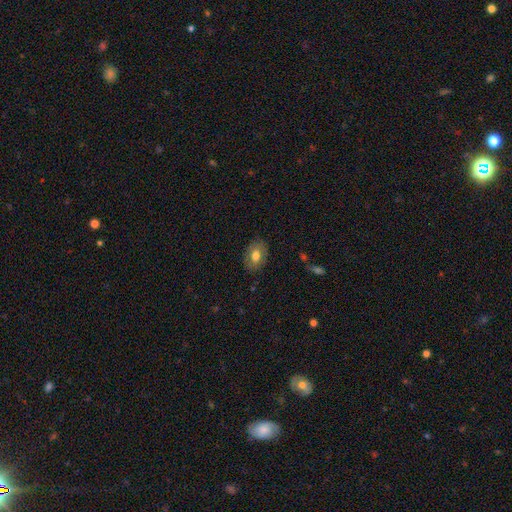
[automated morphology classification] This appears to be a smooth galaxy with no disk features (68%) that is in between round and cigar-shaped (80%). Merging: none (82%).